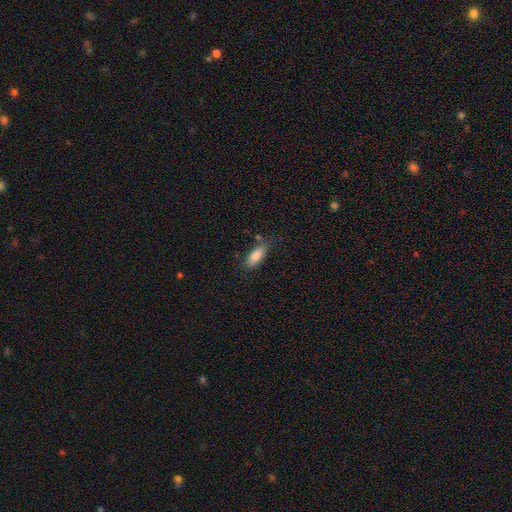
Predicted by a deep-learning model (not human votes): This is clearly a smooth galaxy (84%). How rounded: likely in between (75%). Merging: likely none (72%).